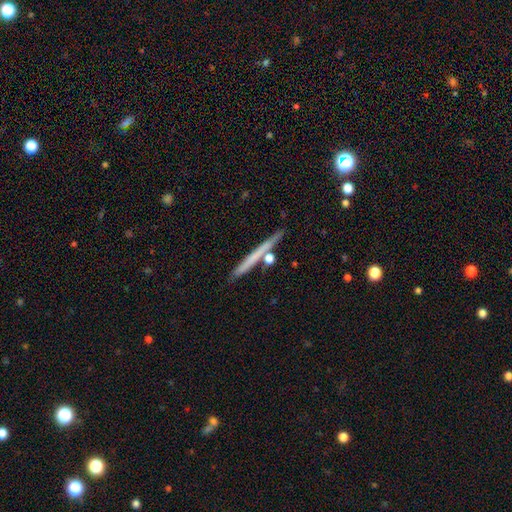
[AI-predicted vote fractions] Morphology: type=smooth (50%); merging=none (83%).